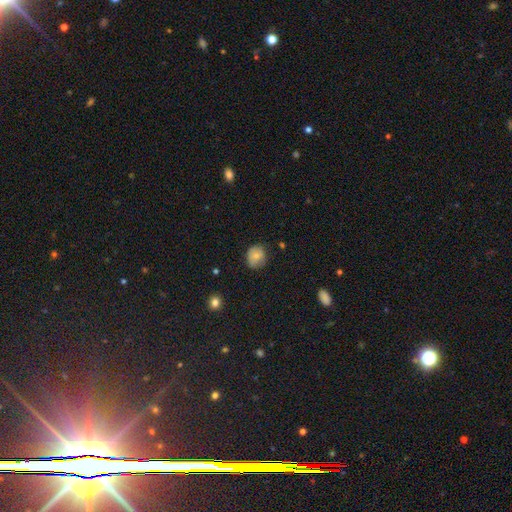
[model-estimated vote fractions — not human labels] Q: Smooth or featured?
A: smooth (78%); runner-up: featured or disk (12%)
Q: How rounded?
A: round (72%); runner-up: in between (27%)
Q: Merging?
A: none (71%); runner-up: minor disturbance (23%)